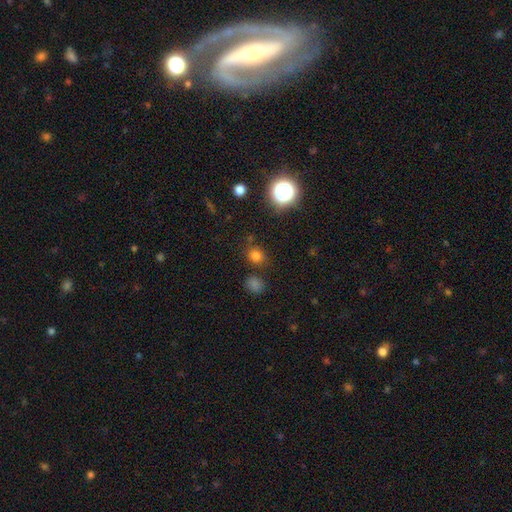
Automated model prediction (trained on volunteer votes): smooth_or_featured: smooth (p=0.73) [alt: star or artifact p=0.22]
how_rounded: round (p=0.75) [alt: in between p=0.24]
merging: none (p=0.77) [alt: minor disturbance p=0.12]